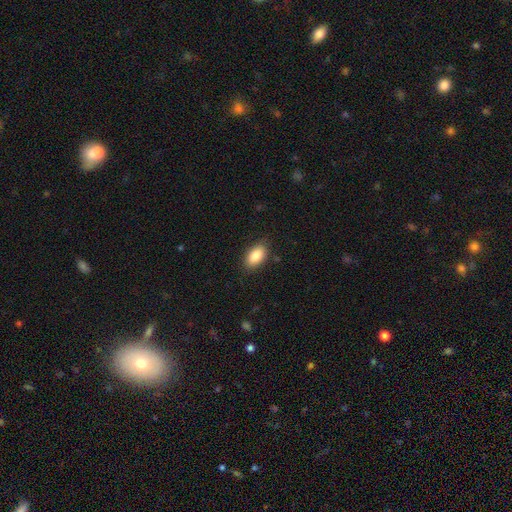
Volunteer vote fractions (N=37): Morphology: type=smooth (86%); roundness=in between (97%); merging=none (81%).